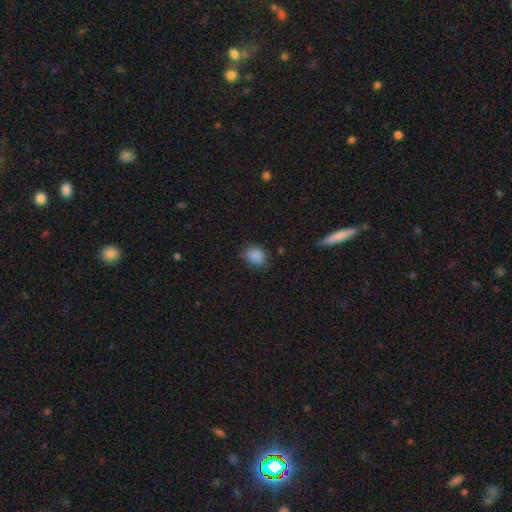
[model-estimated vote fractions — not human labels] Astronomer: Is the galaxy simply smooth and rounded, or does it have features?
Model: smooth — 86%.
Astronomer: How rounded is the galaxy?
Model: in between — 55% (runner-up: round, 44%).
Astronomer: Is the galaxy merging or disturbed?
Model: none — 74%.